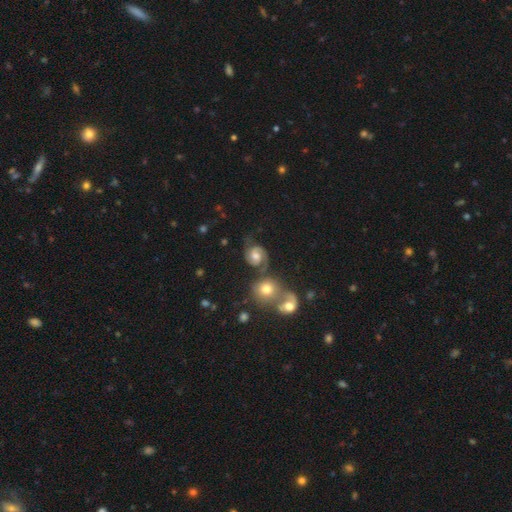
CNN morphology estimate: Smooth or featured: featured or disk — 77% (smooth — 16%)
Edge-on disk: no — 98% (yes — 2%)
Bar: no — 59% (weak — 34%)
Spiral arms: yes — 95% (no — 5%)
Spiral winding: medium — 52% (tight — 32%)
Spiral arm count: 2 — 90% (can't tell — 4%)
Bulge size: moderate — 64% (large — 18%)
Merging: none — 58% (merger — 17%)